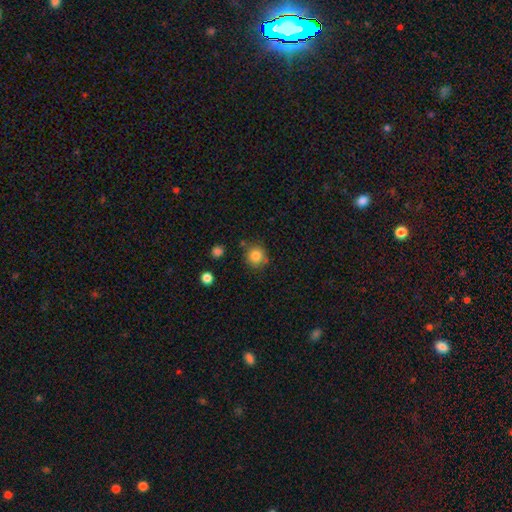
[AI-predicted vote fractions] smooth-or-featured: smooth: 84% | star or artifact: 10% | featured or disk: 6%
  how-rounded: round: 90% | in between: 9% | cigar-shaped: 1%
  merging: none: 80% | minor disturbance: 12% | merger: 5% | major disturbance: 3%